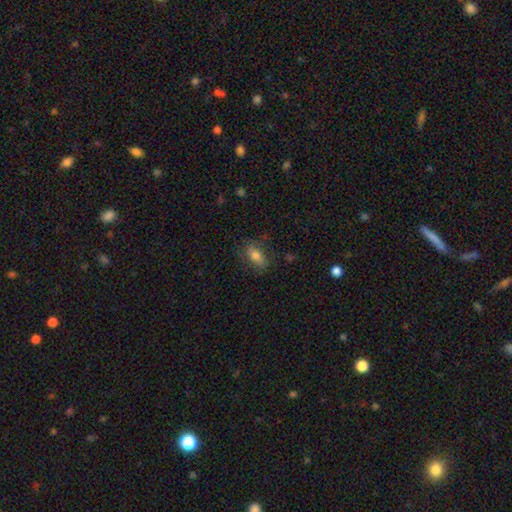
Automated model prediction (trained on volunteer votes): Morphology: type=smooth (76%); roundness=in between (86%); merging=none (78%).